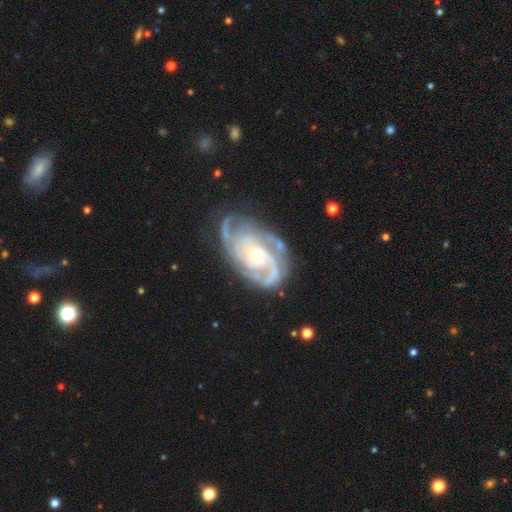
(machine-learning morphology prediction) Smooth or featured?
  - featured or disk: 92% *
  - star or artifact: 4%
  - smooth: 4%
Edge-on disk?
  - no: 97% *
  - yes: 3%
Bar?
  - no: 68% *
  - weak: 25%
  - strong: 7%
Spiral arms?
  - yes: 98% *
  - no: 2%
Spiral winding?
  - tight: 61% *
  - medium: 34%
  - loose: 5%
Spiral arm count?
  - 2: 35% *
  - 3: 34%
  - can't tell: 13%
  - 4: 9%
  - more than 4: 5%
  - 1: 5%
Bulge size?
  - small: 53% *
  - moderate: 42%
  - large: 2%
  - none: 1%
  - dominant: 1%
Merging?
  - none: 71% *
  - minor disturbance: 19%
  - major disturbance: 8%
  - merger: 2%